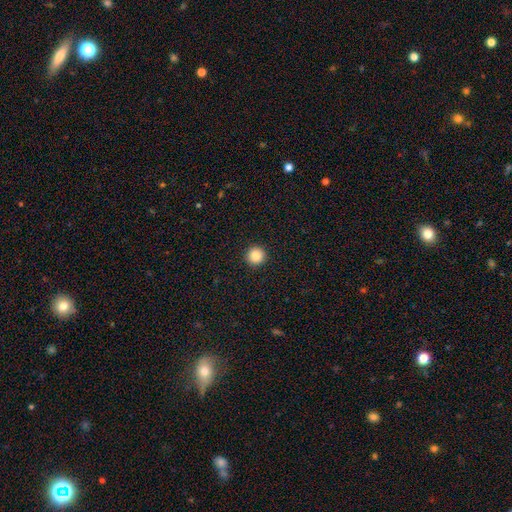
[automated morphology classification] Smooth or featured: smooth — 85% (star or artifact — 10%)
How rounded: round — 96% (in between — 3%)
Merging: none — 94% (minor disturbance — 4%)